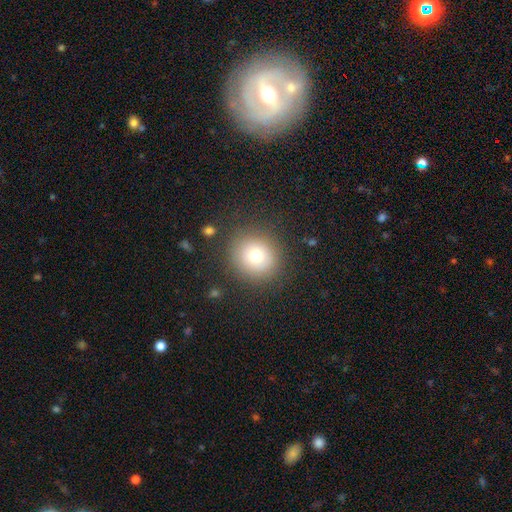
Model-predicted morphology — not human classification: Q: Smooth or featured?
A: smooth (72%); runner-up: featured or disk (14%)
Q: How rounded?
A: round (88%); runner-up: in between (11%)
Q: Merging?
A: none (86%); runner-up: minor disturbance (9%)